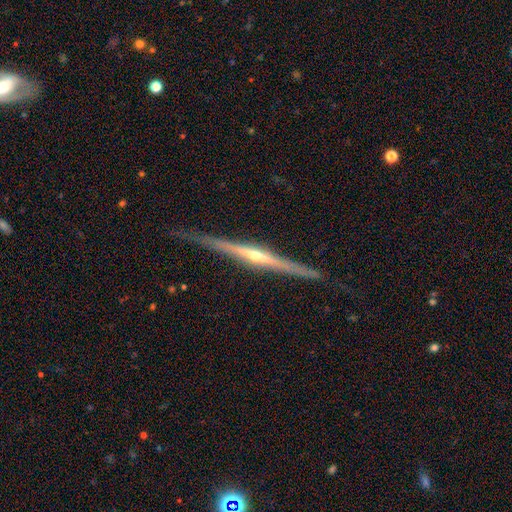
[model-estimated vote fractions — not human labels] Smooth or featured? Predicted: featured or disk (p=0.83). Edge-on disk? Predicted: yes (p=0.98). Edge-on bulge? Predicted: rounded (p=0.77). Merging? Predicted: none (p=0.83).